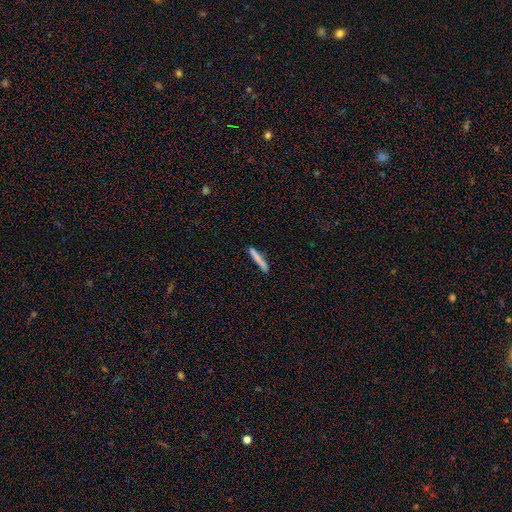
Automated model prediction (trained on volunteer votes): smooth_or_featured: smooth (p=0.78) [alt: featured or disk p=0.16]
how_rounded: cigar-shaped (p=0.95) [alt: in between p=0.03]
merging: none (p=0.88) [alt: minor disturbance p=0.08]